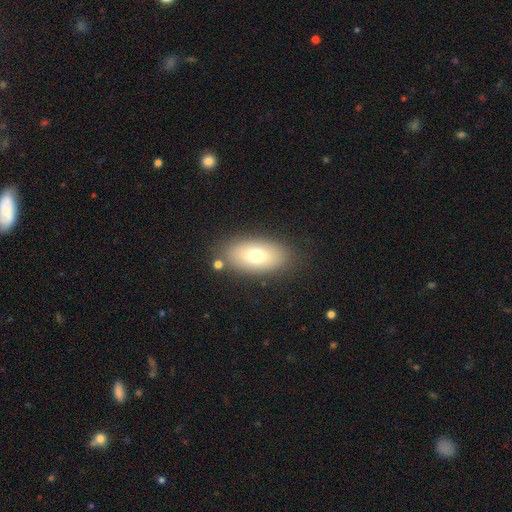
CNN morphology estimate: smooth-or-featured: smooth: 72% | featured or disk: 19% | star or artifact: 9%
  how-rounded: in between: 90% | round: 6% | cigar-shaped: 4%
  merging: none: 82% | minor disturbance: 11% | merger: 4% | major disturbance: 4%